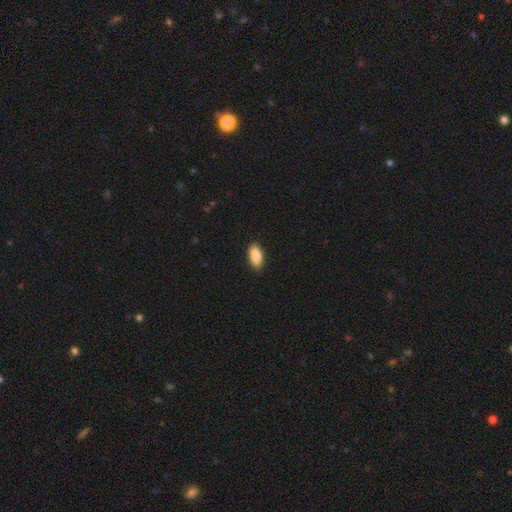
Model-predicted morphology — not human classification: Q: Smooth or featured?
A: smooth (89%); runner-up: star or artifact (6%)
Q: How rounded?
A: in between (91%); runner-up: cigar-shaped (6%)
Q: Merging?
A: none (88%); runner-up: minor disturbance (9%)